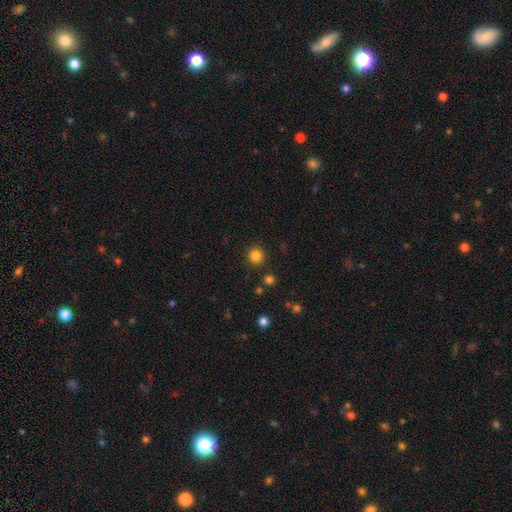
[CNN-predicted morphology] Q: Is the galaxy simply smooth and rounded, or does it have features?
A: smooth — 84%.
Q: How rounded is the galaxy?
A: round — 91%.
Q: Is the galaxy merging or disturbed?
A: none — 89%.